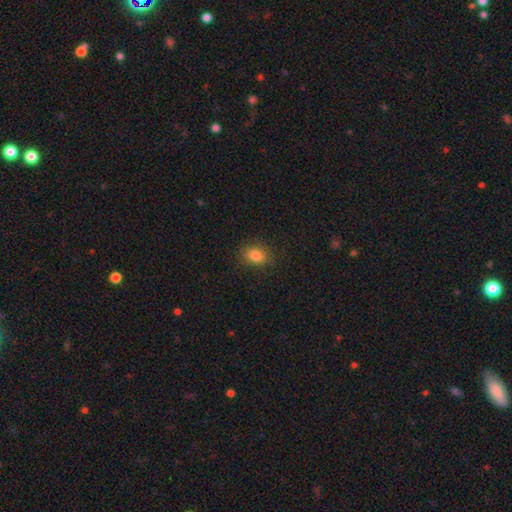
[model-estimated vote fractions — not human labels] The model was most divided on "how rounded": in between: 59%, round: 40%, cigar-shaped: 1%. More confident: merging — none (86%); smooth or featured — smooth (83%).